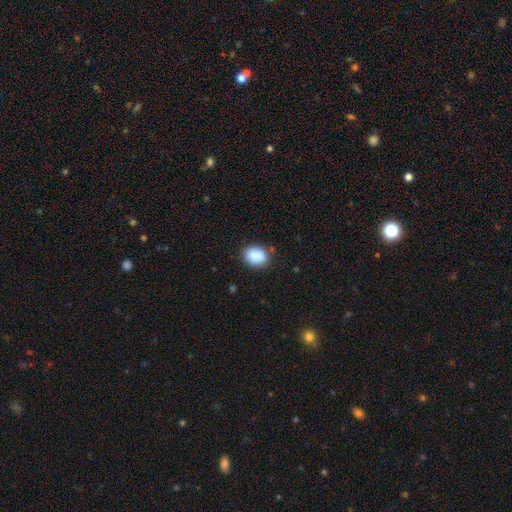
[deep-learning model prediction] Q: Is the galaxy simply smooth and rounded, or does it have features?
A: smooth — 87%.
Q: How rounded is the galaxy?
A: in between — 56%.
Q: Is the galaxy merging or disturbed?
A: none — 79%.